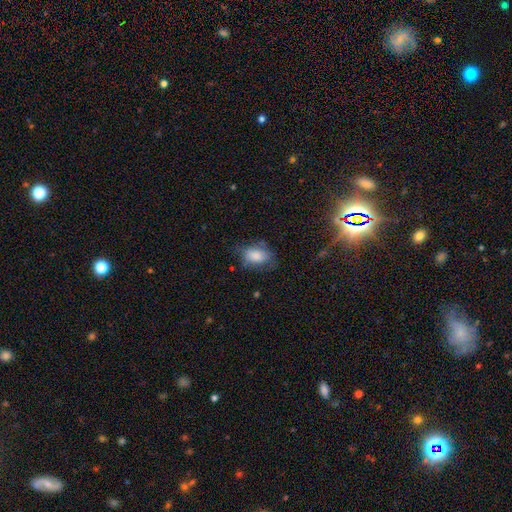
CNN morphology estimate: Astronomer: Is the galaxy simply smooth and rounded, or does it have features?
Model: smooth — 82%.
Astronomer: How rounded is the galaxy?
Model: in between — 87%.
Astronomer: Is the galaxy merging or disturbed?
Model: none — 60%.